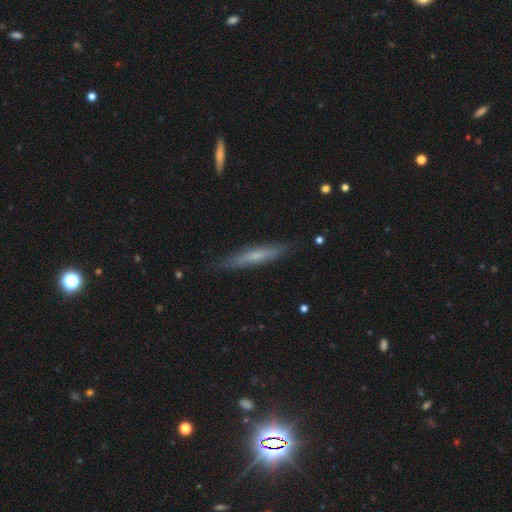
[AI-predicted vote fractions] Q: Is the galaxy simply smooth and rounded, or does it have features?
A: smooth — 54%.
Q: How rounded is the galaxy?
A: cigar-shaped — 91%.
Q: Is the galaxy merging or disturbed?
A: none — 83%.